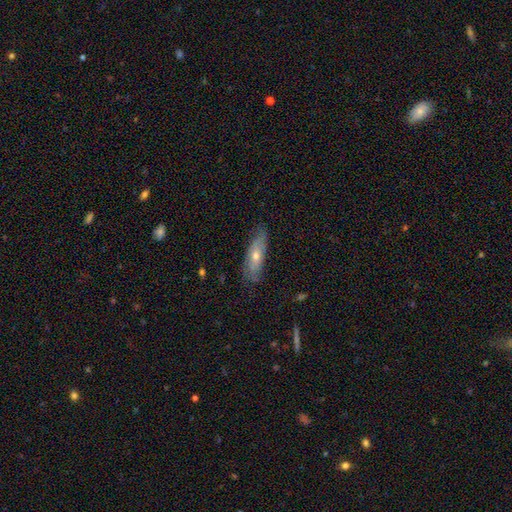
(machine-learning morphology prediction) This is possibly a smooth galaxy (47%). Merging: likely none (74%).